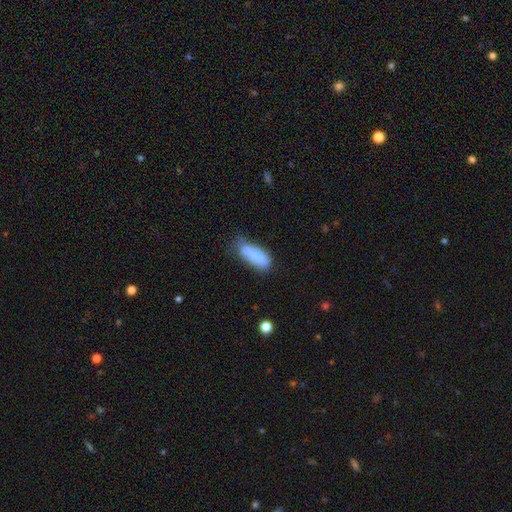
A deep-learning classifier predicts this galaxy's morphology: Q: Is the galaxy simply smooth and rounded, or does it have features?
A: smooth — 77%.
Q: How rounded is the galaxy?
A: in between — 78%.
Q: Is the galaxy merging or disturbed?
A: none — 40%.